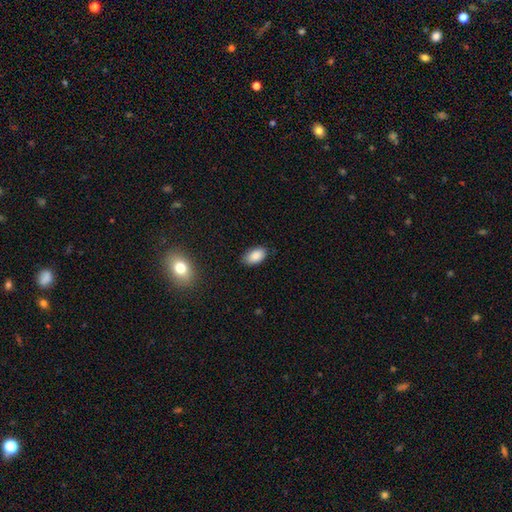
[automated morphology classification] Smooth or featured? smooth (88%)
How rounded? in between (93%)
Merging? none (84%)